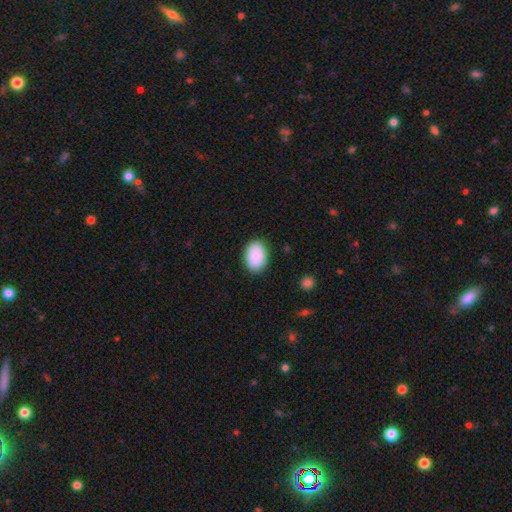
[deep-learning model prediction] Smooth or featured?
  - smooth: 90% *
  - star or artifact: 6%
  - featured or disk: 4%
How rounded?
  - in between: 85% *
  - round: 14%
  - cigar-shaped: 1%
Merging?
  - none: 88% *
  - minor disturbance: 9%
  - major disturbance: 2%
  - merger: 1%